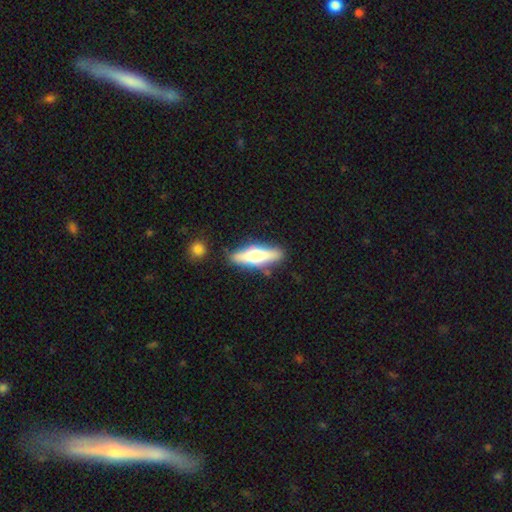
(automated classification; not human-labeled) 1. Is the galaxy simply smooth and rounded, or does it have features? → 55% smooth, 39% featured or disk, 6% star or artifact.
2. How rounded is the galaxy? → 58% cigar-shaped, 39% in between, 2% round.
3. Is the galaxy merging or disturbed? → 79% none, 14% minor disturbance, 4% merger, 3% major disturbance.